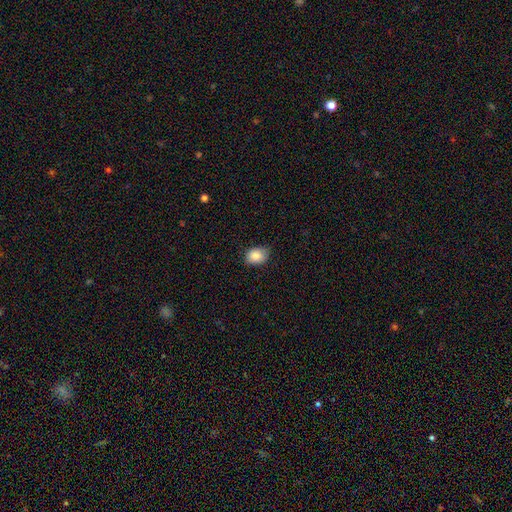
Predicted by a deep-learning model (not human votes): Q: Smooth or featured?
A: smooth (86%); runner-up: star or artifact (8%)
Q: How rounded?
A: in between (70%); runner-up: round (29%)
Q: Merging?
A: none (75%); runner-up: minor disturbance (21%)